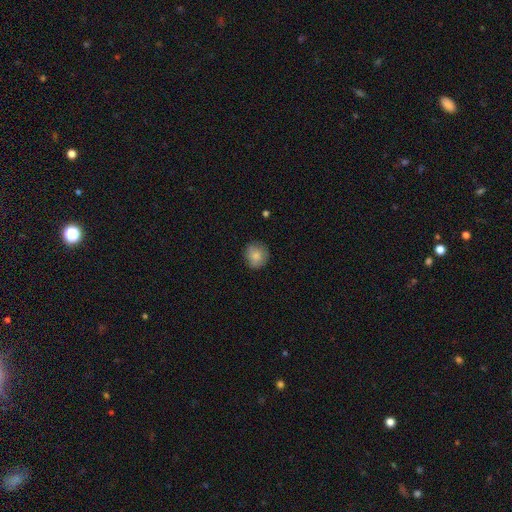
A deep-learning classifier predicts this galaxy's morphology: This appears to be a smooth galaxy with no disk features (83%) that is round (87%). Merging: none (81%).